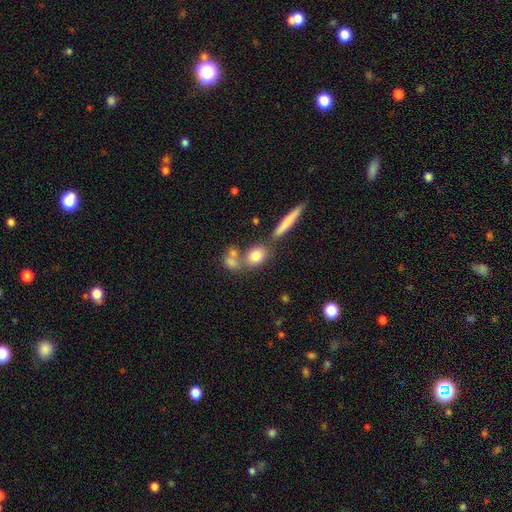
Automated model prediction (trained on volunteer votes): smooth_or_featured: smooth (p=0.78) [alt: featured or disk p=0.13]
how_rounded: in between (p=0.56) [alt: round p=0.36]
merging: none (p=0.55) [alt: merger p=0.27]